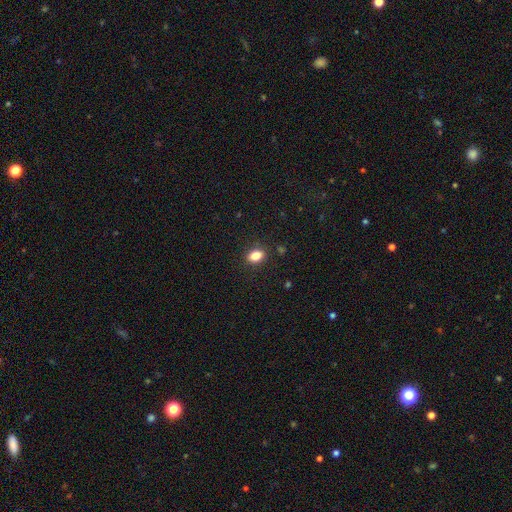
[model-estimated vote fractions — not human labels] Overall: smooth (84%). How rounded: in between (80%). Merging: none (87%).